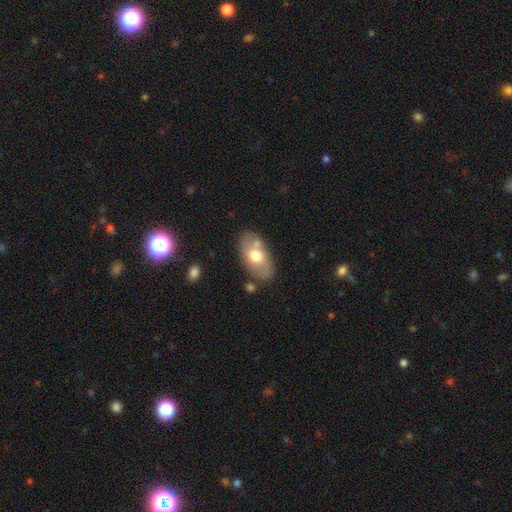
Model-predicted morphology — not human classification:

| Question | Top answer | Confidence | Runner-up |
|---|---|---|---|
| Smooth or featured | smooth | 63% | featured or disk (30%) |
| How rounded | in between | 92% | round (6%) |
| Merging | none | 70% | minor disturbance (16%) |